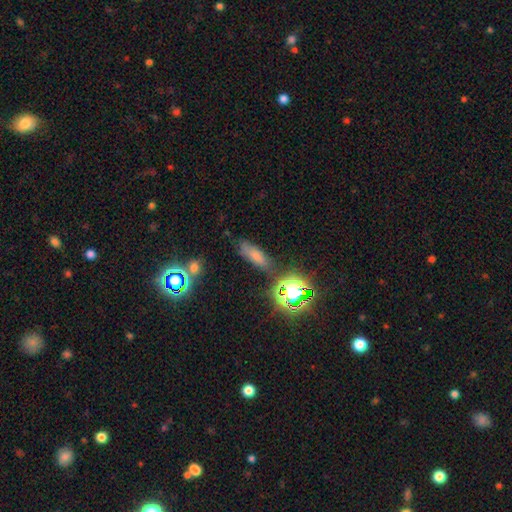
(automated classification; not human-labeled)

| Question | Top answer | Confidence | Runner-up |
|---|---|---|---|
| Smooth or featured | smooth | 65% | star or artifact (23%) |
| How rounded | in between | 58% | cigar-shaped (36%) |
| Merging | none | 73% | minor disturbance (16%) |